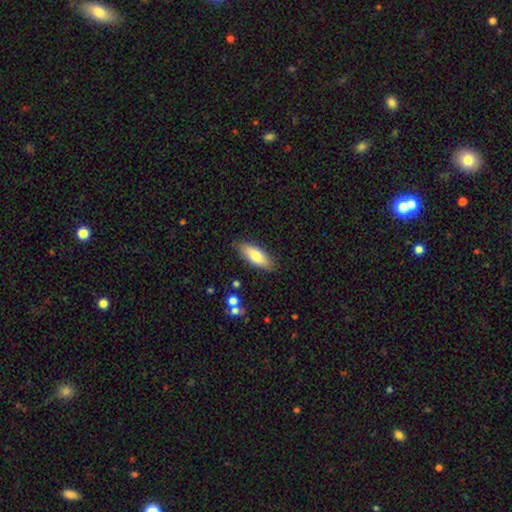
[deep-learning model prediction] Smooth or featured? smooth (76%)
How rounded? in between (72%)
Merging? none (85%)